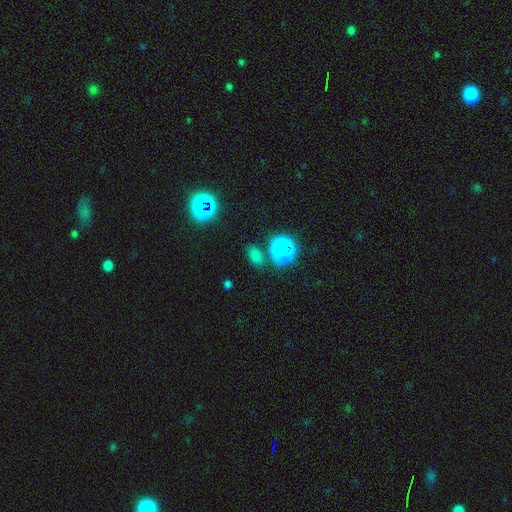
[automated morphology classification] This appears to be a smooth galaxy with no disk features (69%) that is in between round and cigar-shaped (69%). Merging: none (72%).